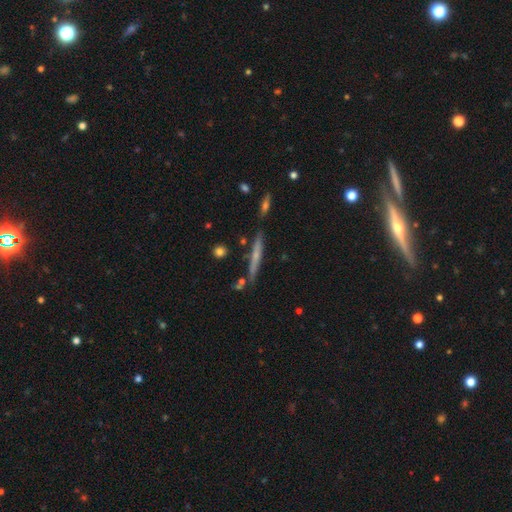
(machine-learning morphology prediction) This appears to be a featured or disk galaxy (52%) viewed edge-on (94%). Merging: none (80%).